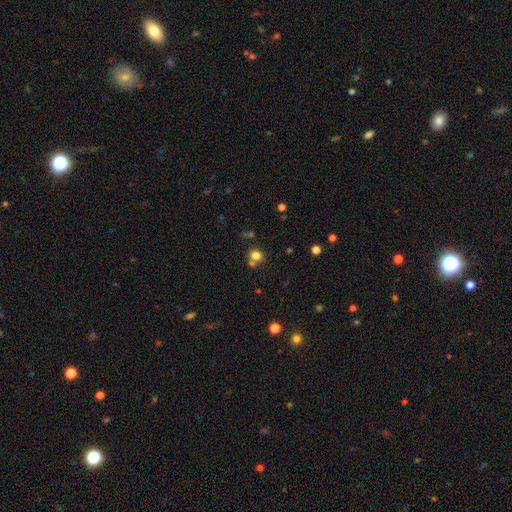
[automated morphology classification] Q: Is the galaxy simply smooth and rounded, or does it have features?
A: smooth — 78%.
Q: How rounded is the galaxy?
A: round — 73%.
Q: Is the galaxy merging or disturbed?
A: none — 62%.